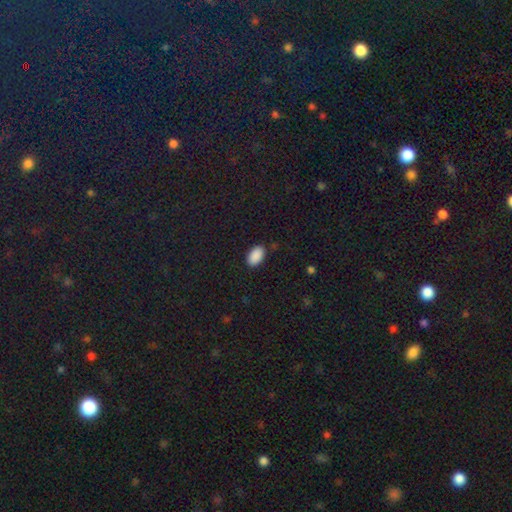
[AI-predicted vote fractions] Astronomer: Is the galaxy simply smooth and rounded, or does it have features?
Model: smooth — 90%.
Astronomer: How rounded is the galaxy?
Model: in between — 94%.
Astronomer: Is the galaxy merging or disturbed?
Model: none — 88%.